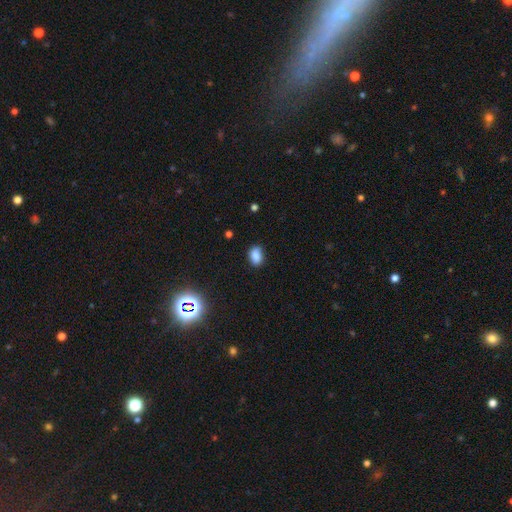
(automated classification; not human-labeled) Smooth or featured?
  - smooth: 84% *
  - star or artifact: 10%
  - featured or disk: 5%
How rounded?
  - in between: 81% *
  - round: 17%
  - cigar-shaped: 1%
Merging?
  - none: 80% *
  - minor disturbance: 15%
  - major disturbance: 3%
  - merger: 1%